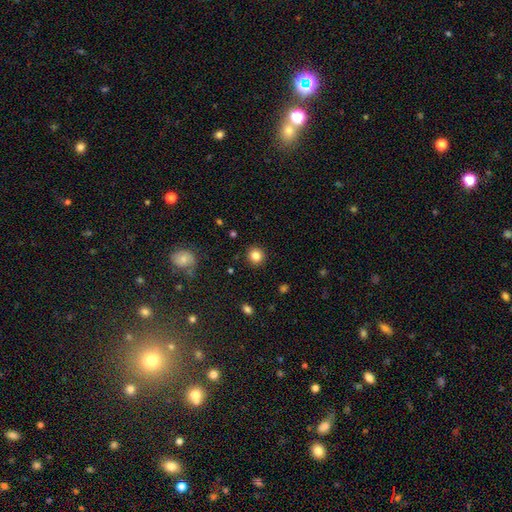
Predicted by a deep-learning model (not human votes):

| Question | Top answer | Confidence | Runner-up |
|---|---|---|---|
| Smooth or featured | smooth | 83% | star or artifact (11%) |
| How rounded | round | 92% | in between (7%) |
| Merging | none | 91% | minor disturbance (6%) |